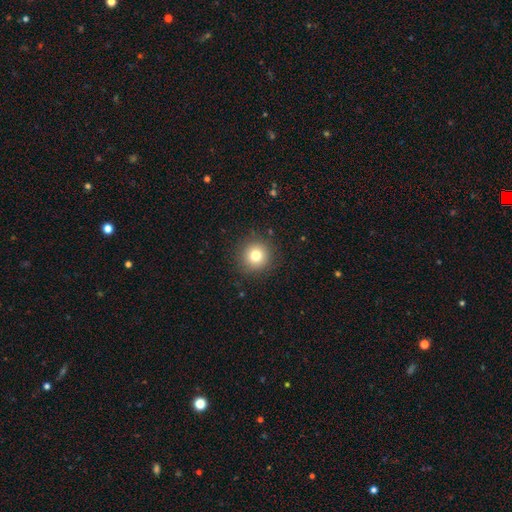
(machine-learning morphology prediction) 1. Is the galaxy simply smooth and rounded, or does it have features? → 78% smooth, 13% star or artifact, 9% featured or disk.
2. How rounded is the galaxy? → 94% round, 5% in between, 1% cigar-shaped.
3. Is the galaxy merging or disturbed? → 89% none, 7% minor disturbance, 3% major disturbance, 1% merger.